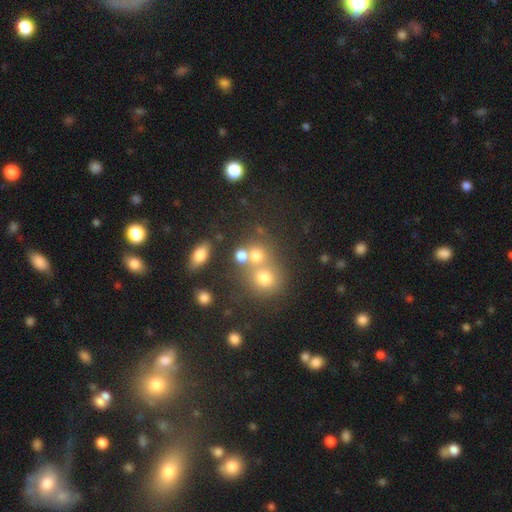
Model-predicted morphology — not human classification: smooth_or_featured: smooth (p=0.71) [alt: star or artifact p=0.18]
how_rounded: round (p=0.81) [alt: in between p=0.18]
merging: none (p=0.49) [alt: merger p=0.37]